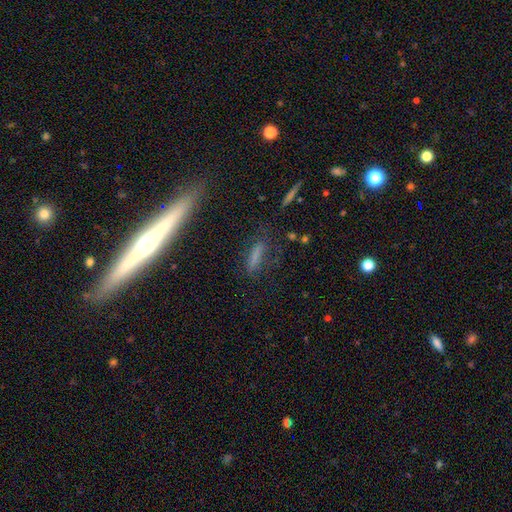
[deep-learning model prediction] Smooth or featured? Predicted: smooth (p=0.69). How rounded? Predicted: cigar-shaped (p=0.69). Merging? Predicted: none (p=0.66).